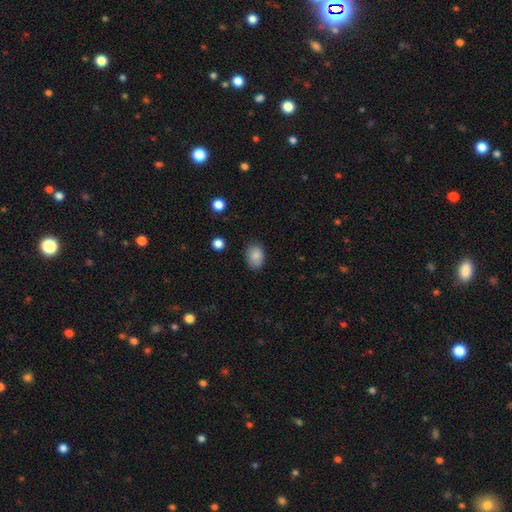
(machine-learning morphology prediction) Smooth or featured? smooth (86%)
How rounded? in between (76%)
Merging? none (81%)